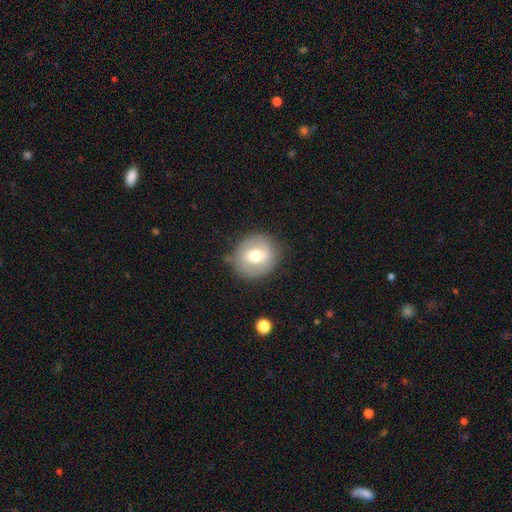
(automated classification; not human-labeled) smooth-or-featured: smooth: 54% | featured or disk: 38% | star or artifact: 7%
  how-rounded: round: 84% | in between: 15% | cigar-shaped: 1%
  merging: none: 80% | minor disturbance: 14% | major disturbance: 5% | merger: 2%